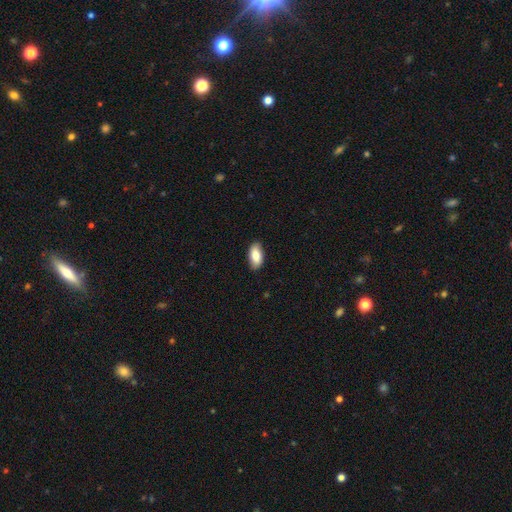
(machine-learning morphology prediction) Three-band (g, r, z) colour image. It shows a smooth galaxy with no disk features (82%) that is in between round and cigar-shaped (93%). Merging: none (87%).